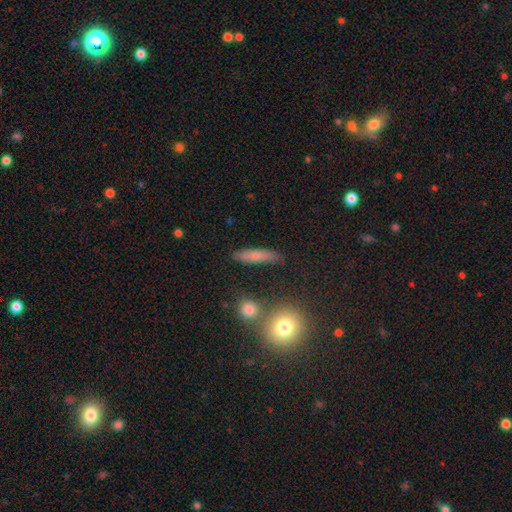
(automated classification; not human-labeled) Smooth or featured?
  - smooth: 70% *
  - featured or disk: 21%
  - star or artifact: 9%
How rounded?
  - cigar-shaped: 71% *
  - in between: 22%
  - round: 7%
Merging?
  - none: 81% *
  - minor disturbance: 11%
  - merger: 4%
  - major disturbance: 3%